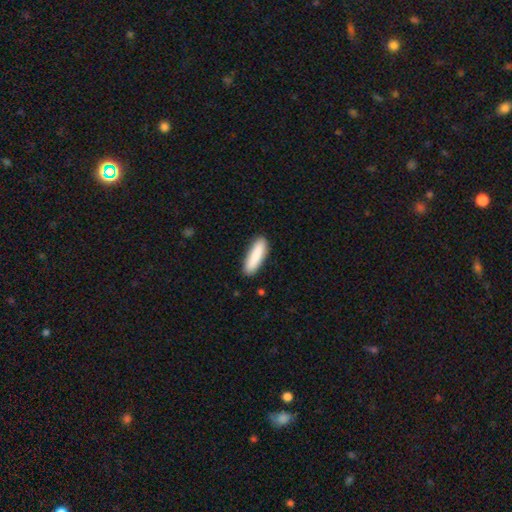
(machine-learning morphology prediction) Smooth or featured? Predicted: smooth (p=0.88). How rounded? Predicted: cigar-shaped (p=0.62). Merging? Predicted: none (p=0.87).